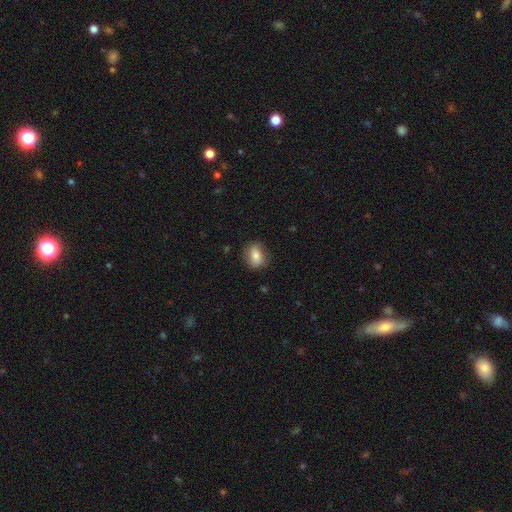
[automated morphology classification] Smooth or featured? Predicted: smooth (p=0.75). How rounded? Predicted: in between (p=0.55). Merging? Predicted: none (p=0.80).